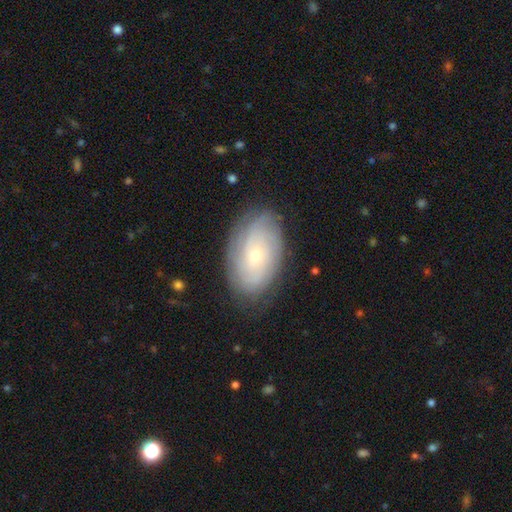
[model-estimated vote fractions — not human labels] Overall: featured or disk (63%; smooth 30%). Edge-on disk: no (95%). Bar: no (76%). Spiral arms: yes (87%). Spiral arm count: can't tell (56%). Spiral winding: tight (71%). Bulge size: small (66%; moderate 29%). Merging: none (79%).